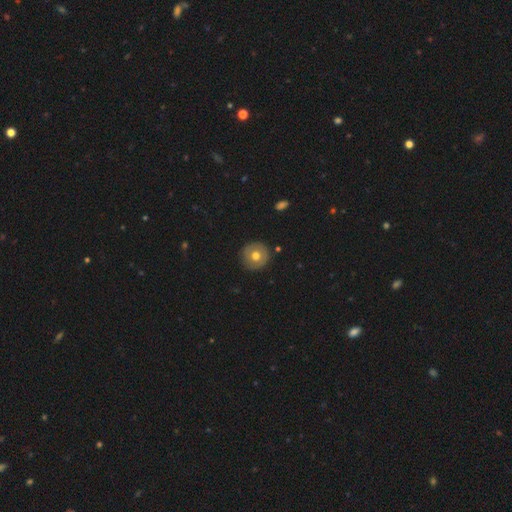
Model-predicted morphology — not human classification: The model was most divided on "smooth or featured": smooth: 65%, featured or disk: 26%, star or artifact: 9%. More confident: how rounded — round (95%); merging — none (89%).